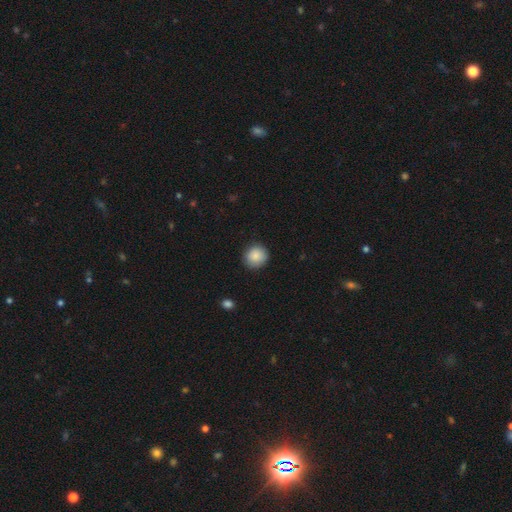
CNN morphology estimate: Overall: smooth (87%). How rounded: round (89%). Merging: none (87%).